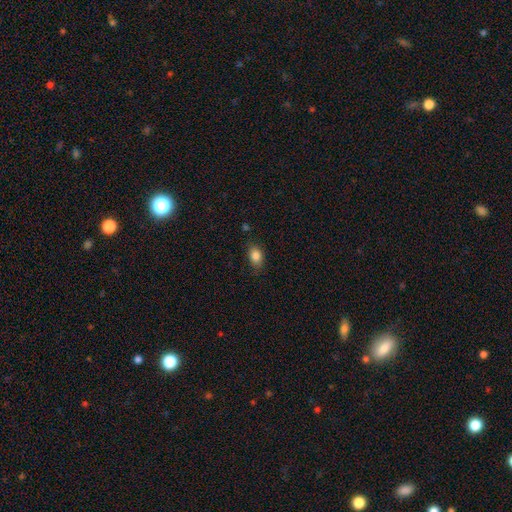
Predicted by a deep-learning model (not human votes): A smooth galaxy with no disk features (85%) that is in between round and cigar-shaped (79%). Merging: none (80%).